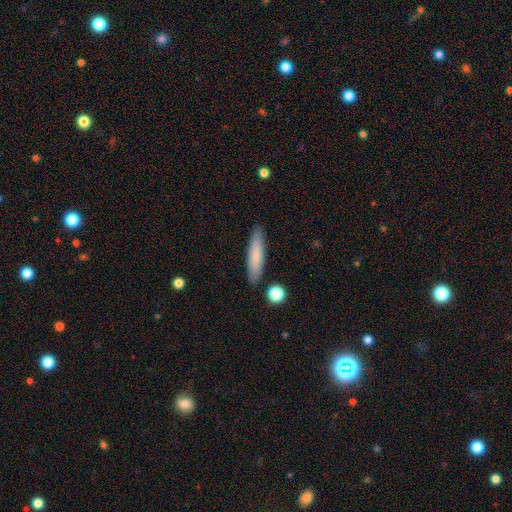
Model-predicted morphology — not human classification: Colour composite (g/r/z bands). It shows a smooth galaxy with no disk features (79%) that is cigar-shaped (83%). Merging: none (88%).